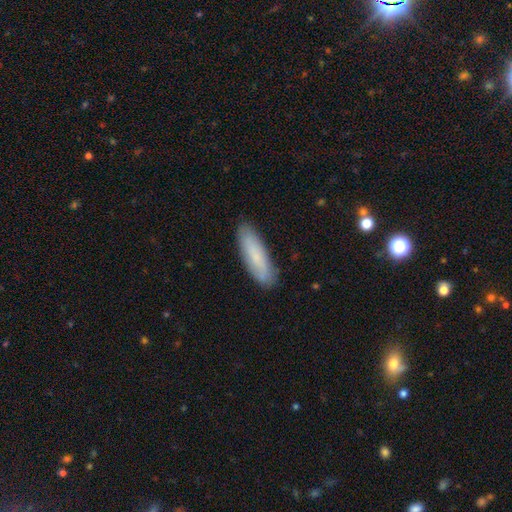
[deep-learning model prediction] Smooth or featured: smooth — 73% (featured or disk — 21%)
How rounded: cigar-shaped — 55% (in between — 44%)
Merging: none — 86% (minor disturbance — 11%)